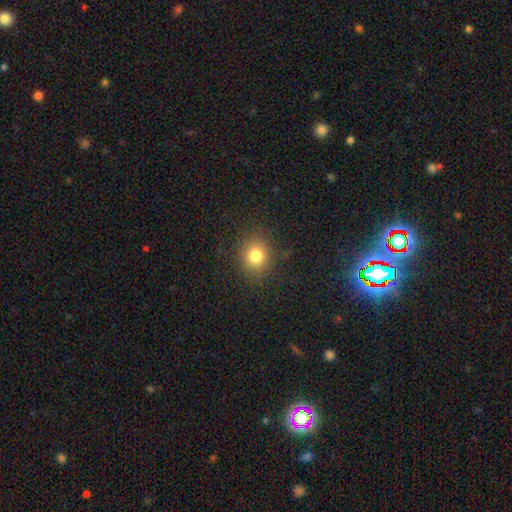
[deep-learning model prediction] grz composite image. It shows a smooth galaxy with no disk features (80%) that is round (74%). Merging: none (86%).